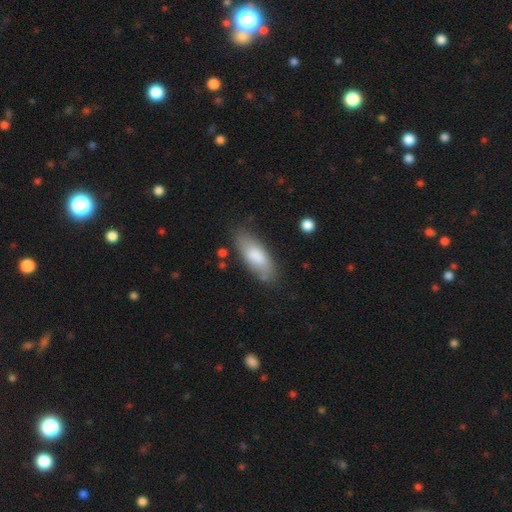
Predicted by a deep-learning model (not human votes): smooth 77%, featured or disk 16%, star or artifact 6%. Down the decision tree: how rounded — in between (73%); merging — none (76%).